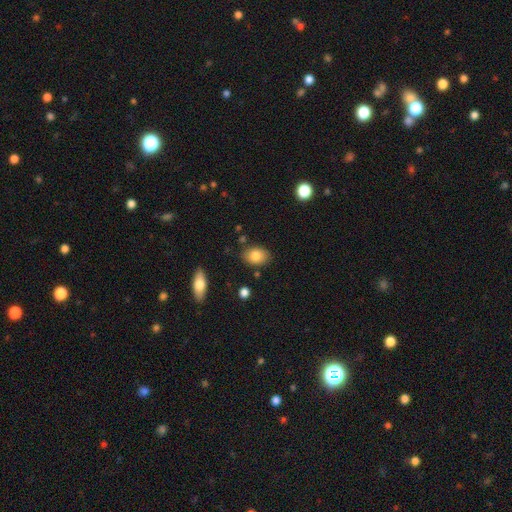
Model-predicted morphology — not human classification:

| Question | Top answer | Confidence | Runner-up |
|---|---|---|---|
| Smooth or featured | smooth | 82% | featured or disk (10%) |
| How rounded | in between | 79% | round (19%) |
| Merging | none | 82% | minor disturbance (13%) |